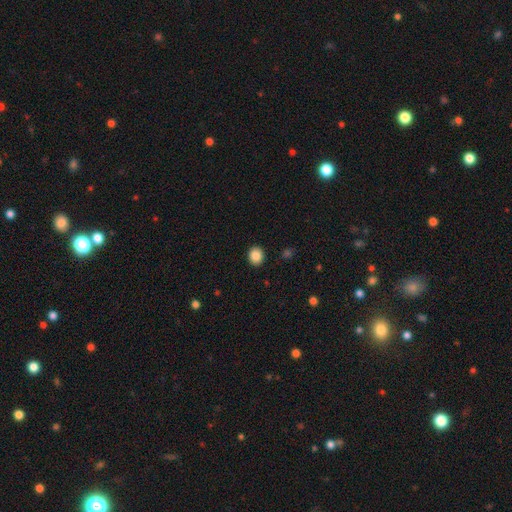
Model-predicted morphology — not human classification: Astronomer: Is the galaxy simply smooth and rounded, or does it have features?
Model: smooth — 87%.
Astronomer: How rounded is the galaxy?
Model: round — 69%.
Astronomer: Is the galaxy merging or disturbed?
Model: none — 91%.